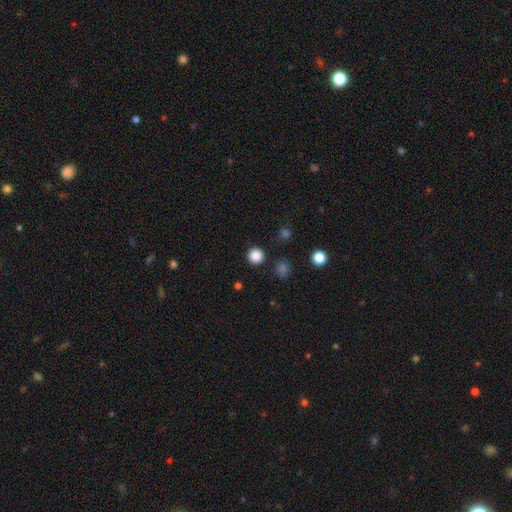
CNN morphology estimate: Smooth or featured: smooth — 85% (star or artifact — 12%)
How rounded: round — 95% (in between — 4%)
Merging: none — 90% (minor disturbance — 6%)